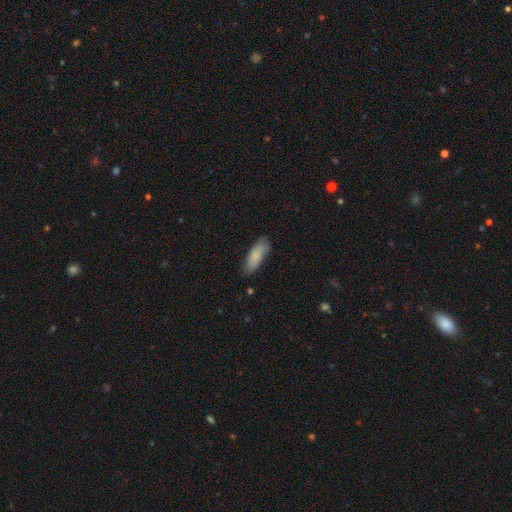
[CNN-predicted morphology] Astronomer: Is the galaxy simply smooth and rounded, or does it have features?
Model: smooth — 80%.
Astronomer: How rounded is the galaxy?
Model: in between — 67%.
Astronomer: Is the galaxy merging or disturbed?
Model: none — 71%.